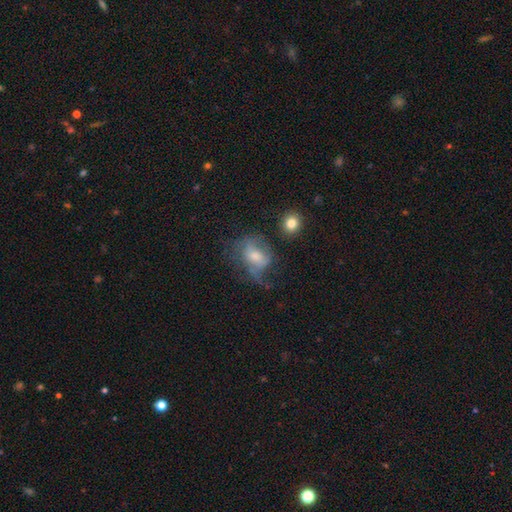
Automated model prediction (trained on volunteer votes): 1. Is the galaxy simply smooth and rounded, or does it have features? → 48% featured or disk, 37% smooth, 14% star or artifact.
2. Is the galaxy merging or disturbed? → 36% major disturbance, 35% none, 24% minor disturbance, 4% merger.